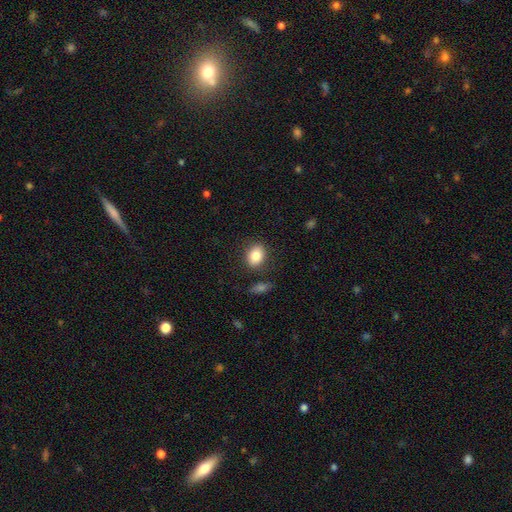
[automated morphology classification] A smooth galaxy with no disk features (84%) that is in between round and cigar-shaped (61%).

Vote fractions:
- Smooth or featured? smooth: 84% / star or artifact: 8% / featured or disk: 7%
- How rounded? in between: 61% / round: 38% / cigar-shaped: 1%
- Merging? none: 83% / minor disturbance: 10% / merger: 3% / major disturbance: 3%